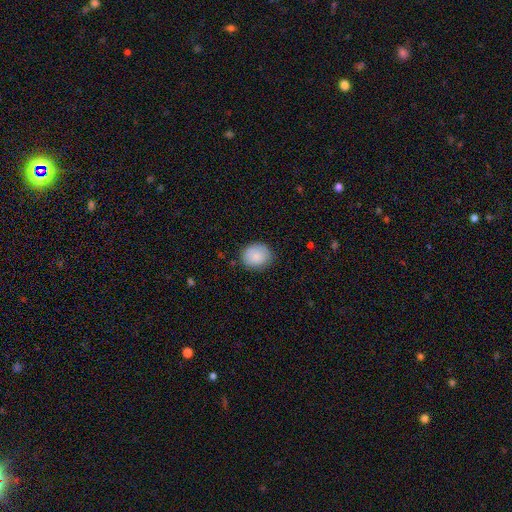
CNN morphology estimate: Smooth or featured?
  - smooth: 86% *
  - star or artifact: 7%
  - featured or disk: 7%
How rounded?
  - round: 66% *
  - in between: 33%
  - cigar-shaped: 1%
Merging?
  - none: 83% *
  - minor disturbance: 13%
  - major disturbance: 3%
  - merger: 1%